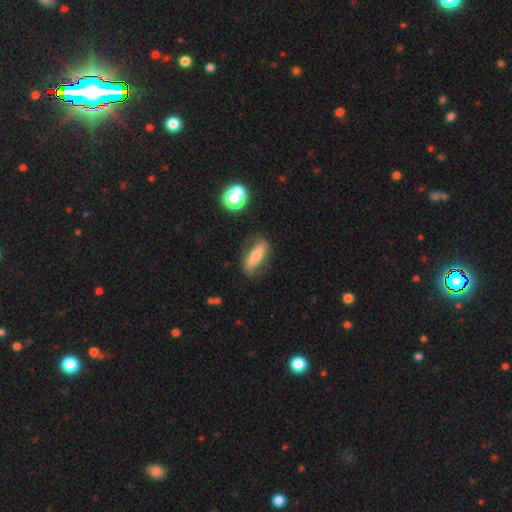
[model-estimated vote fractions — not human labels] A smooth galaxy with no disk features (57%) that is in between round and cigar-shaped (49%).

Vote fractions:
- Smooth or featured? smooth: 57% / featured or disk: 34% / star or artifact: 9%
- How rounded? in between: 49% / cigar-shaped: 47% / round: 4%
- Merging? none: 77% / minor disturbance: 16% / major disturbance: 5% / merger: 3%